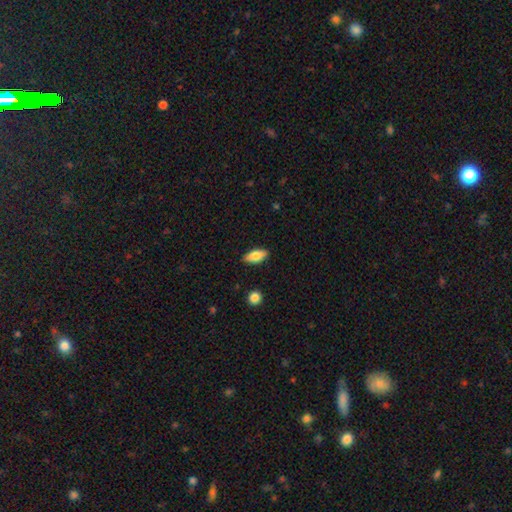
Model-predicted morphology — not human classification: A smooth galaxy with no disk features (79%) that is in between round and cigar-shaped (85%). Merging: none (87%).